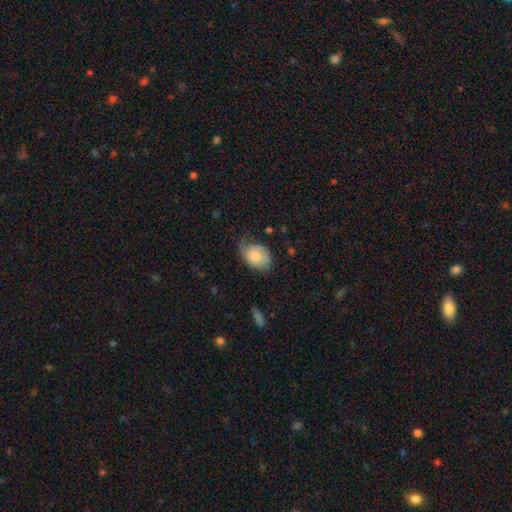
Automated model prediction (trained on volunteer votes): Q: Smooth or featured?
A: smooth (65%); runner-up: featured or disk (28%)
Q: How rounded?
A: in between (70%); runner-up: round (29%)
Q: Merging?
A: none (43%); runner-up: minor disturbance (37%)